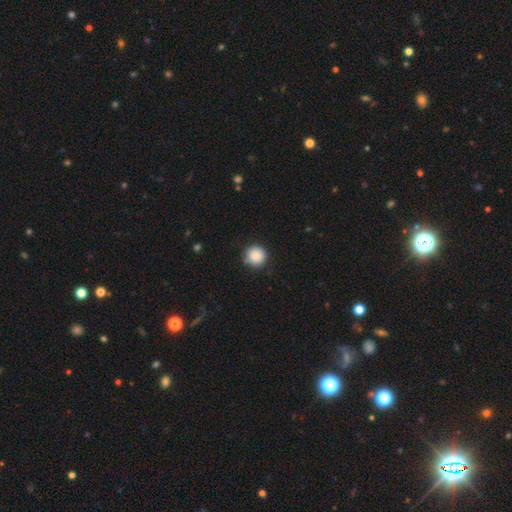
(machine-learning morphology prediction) This is clearly a smooth galaxy (88%). How rounded: clearly round (95%). Merging: clearly none (87%).